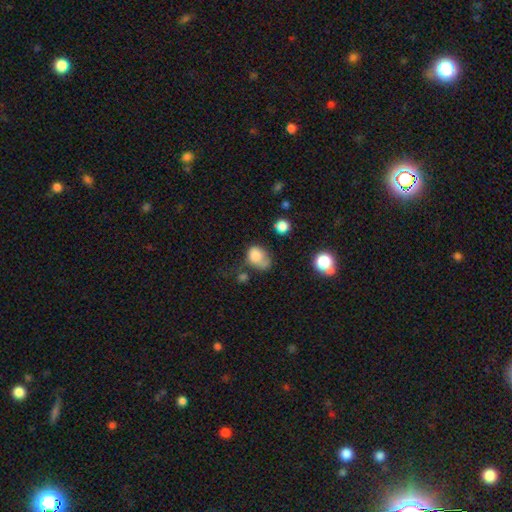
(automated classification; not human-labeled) Smooth or featured?
  - smooth: 76% *
  - featured or disk: 13%
  - star or artifact: 10%
How rounded?
  - in between: 61% *
  - round: 37%
  - cigar-shaped: 1%
Merging?
  - minor disturbance: 31% * (tied)
  - none: 31% * (tied)
  - major disturbance: 27%
  - merger: 11%